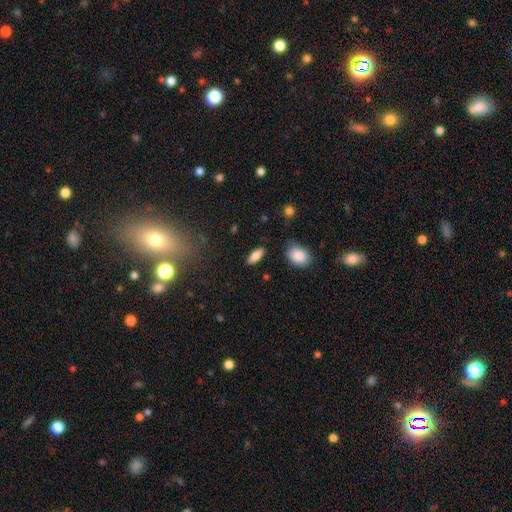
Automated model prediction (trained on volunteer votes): A smooth galaxy with no disk features (81%) that is in between round and cigar-shaped (73%).

Vote fractions:
- Smooth or featured? smooth: 81% / featured or disk: 12% / star or artifact: 7%
- How rounded? in between: 73% / cigar-shaped: 24% / round: 3%
- Merging? none: 86% / minor disturbance: 10% / major disturbance: 3% / merger: 2%